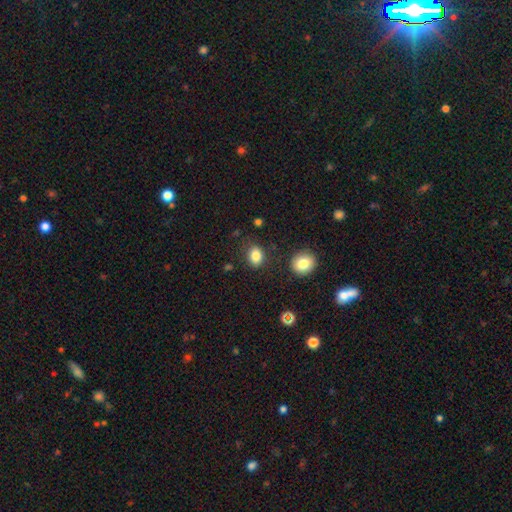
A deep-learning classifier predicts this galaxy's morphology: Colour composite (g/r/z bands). It shows a smooth galaxy with no disk features (84%) that is in between round and cigar-shaped (63%). Merging: none (81%).